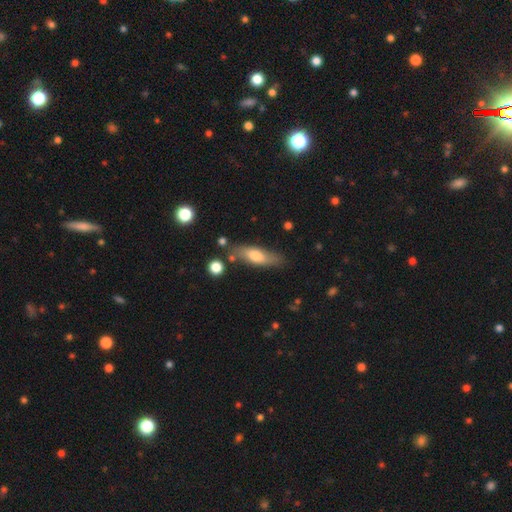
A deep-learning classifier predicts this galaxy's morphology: This is likely a smooth galaxy (65%). How rounded: possibly cigar-shaped (50%). Merging: likely none (76%).